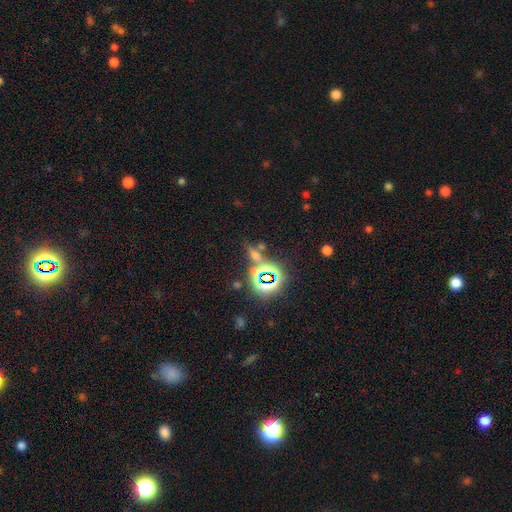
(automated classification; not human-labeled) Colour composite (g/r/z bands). It shows a star or artifact, not a galaxy (55%).